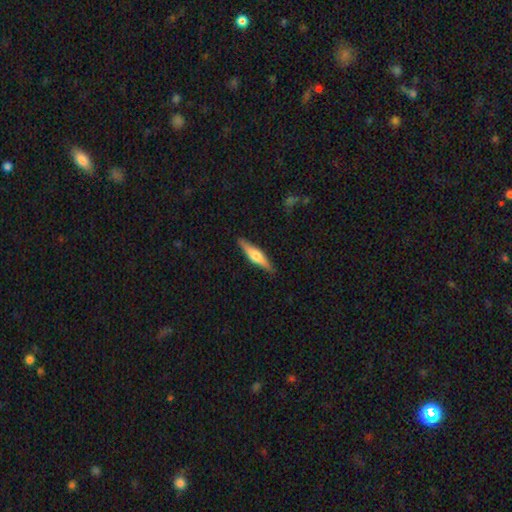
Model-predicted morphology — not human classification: Smooth or featured? Predicted: featured or disk (p=0.51). Edge-on disk? Predicted: yes (p=0.94). Merging? Predicted: none (p=0.89).